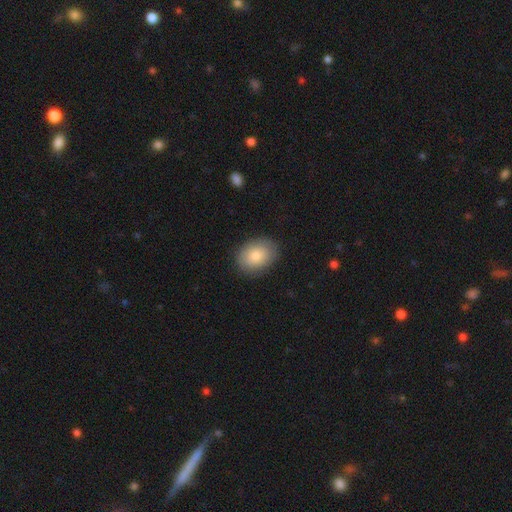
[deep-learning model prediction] A smooth galaxy with no disk features (82%) that is in between round and cigar-shaped (68%).

Vote fractions:
- Smooth or featured? smooth: 82% / featured or disk: 11% / star or artifact: 7%
- How rounded? in between: 68% / round: 31% / cigar-shaped: 1%
- Merging? none: 86% / minor disturbance: 10% / major disturbance: 3% / merger: 1%